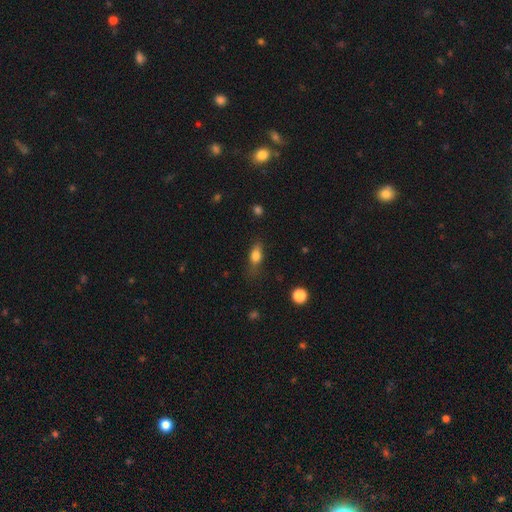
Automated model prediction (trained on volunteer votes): Smooth or featured?
  - smooth: 77% *
  - featured or disk: 14%
  - star or artifact: 9%
How rounded?
  - in between: 72% *
  - cigar-shaped: 18%
  - round: 10%
Merging?
  - none: 61% *
  - minor disturbance: 27%
  - major disturbance: 10%
  - merger: 2%